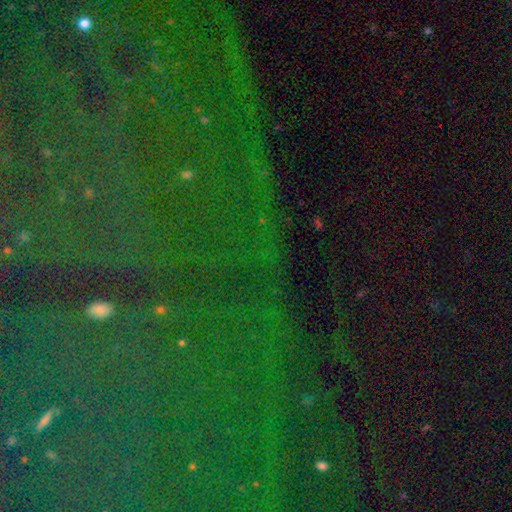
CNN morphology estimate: A star or artifact, not a galaxy (81%).